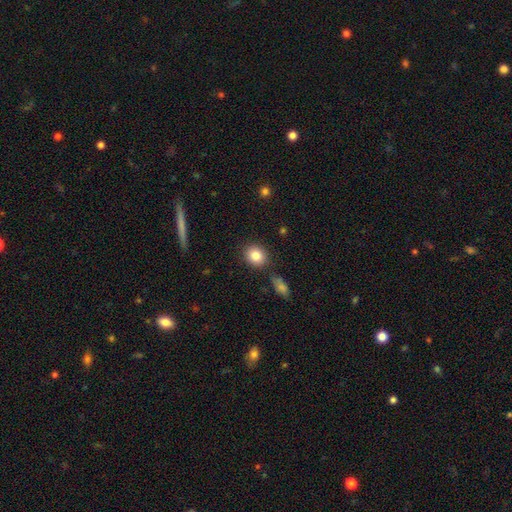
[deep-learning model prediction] The model was most divided on "how rounded": round: 73%, in between: 25%, cigar-shaped: 1%. More confident: merging — none (84%); smooth or featured — smooth (84%).